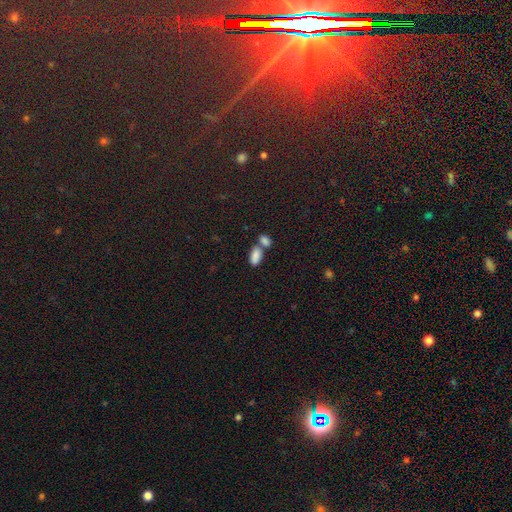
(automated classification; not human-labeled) This is clearly a smooth galaxy (84%). How rounded: clearly in between (92%). Merging: possibly merger (47%).